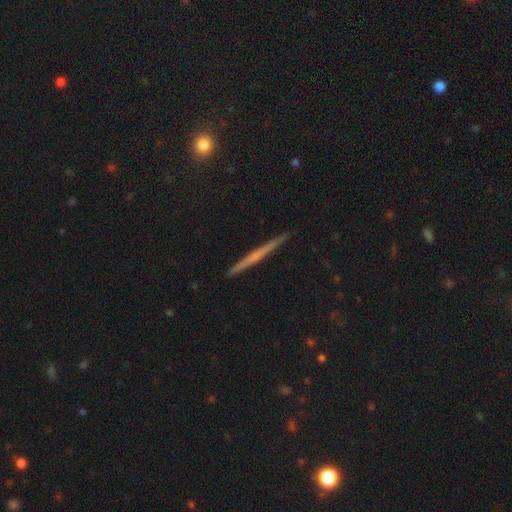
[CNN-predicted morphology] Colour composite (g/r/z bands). It shows a featured or disk galaxy (60%) viewed edge-on (98%) with no central bulge (77%). Merging: none (92%).